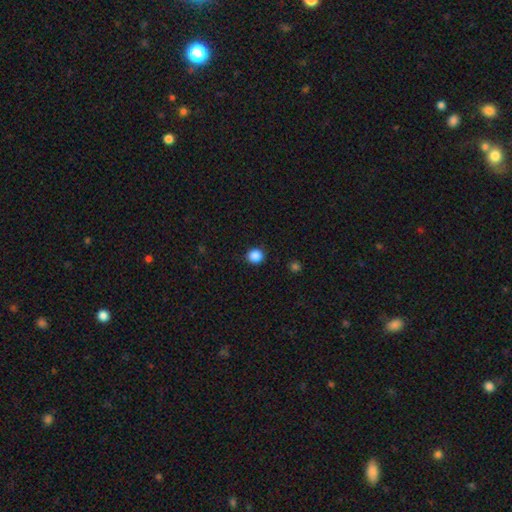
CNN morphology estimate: A smooth galaxy with no disk features (87%) that is round (91%).

Vote fractions:
- Smooth or featured? smooth: 87% / star or artifact: 11% / featured or disk: 3%
- How rounded? round: 91% / in between: 8% / cigar-shaped: 1%
- Merging? none: 91% / minor disturbance: 6% / major disturbance: 2% / merger: 1%